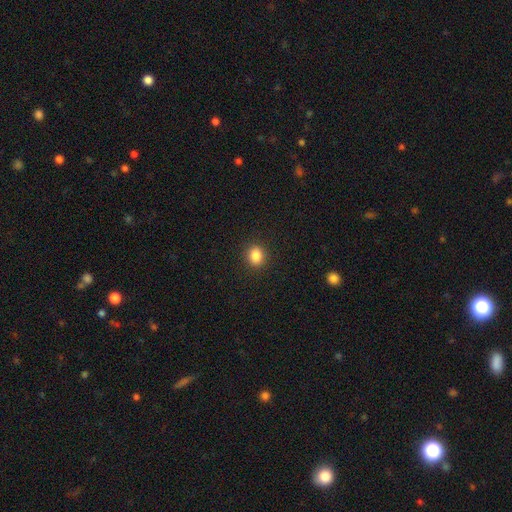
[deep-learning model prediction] Smooth or featured: smooth — 85% (star or artifact — 10%)
How rounded: round — 68% (in between — 31%)
Merging: none — 91% (minor disturbance — 6%)